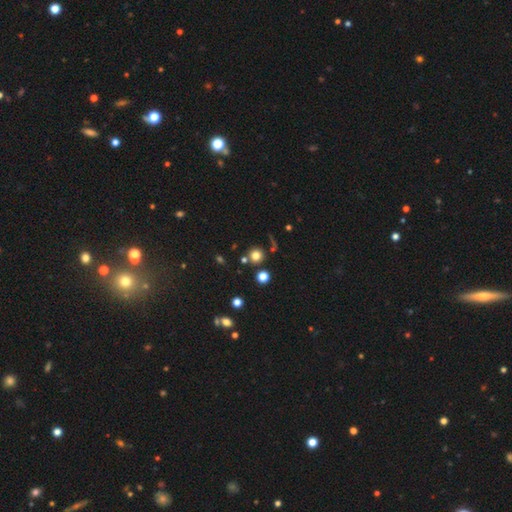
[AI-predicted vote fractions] Smooth or featured? smooth (76%)
How rounded? round (92%)
Merging? none (76%)